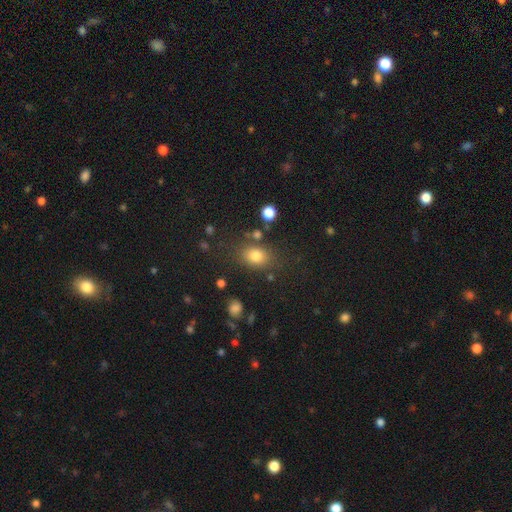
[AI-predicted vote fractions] Smooth or featured?
  - smooth: 79% *
  - star or artifact: 12%
  - featured or disk: 8%
How rounded?
  - in between: 65% *
  - round: 33%
  - cigar-shaped: 2%
Merging?
  - none: 74% *
  - minor disturbance: 14%
  - major disturbance: 6%
  - merger: 6%